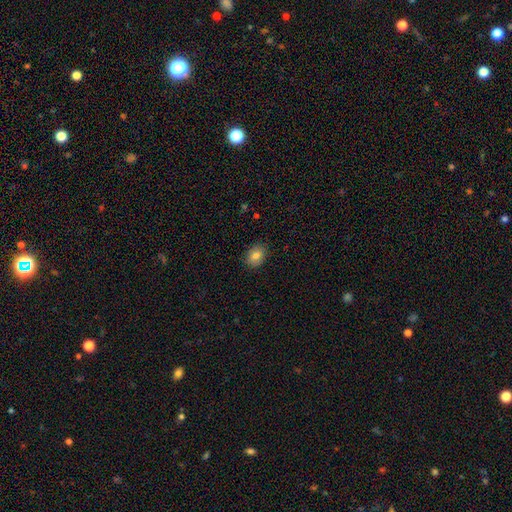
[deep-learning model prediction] Smooth or featured: smooth — 83% (featured or disk — 9%)
How rounded: in between — 67% (round — 32%)
Merging: none — 87% (minor disturbance — 10%)